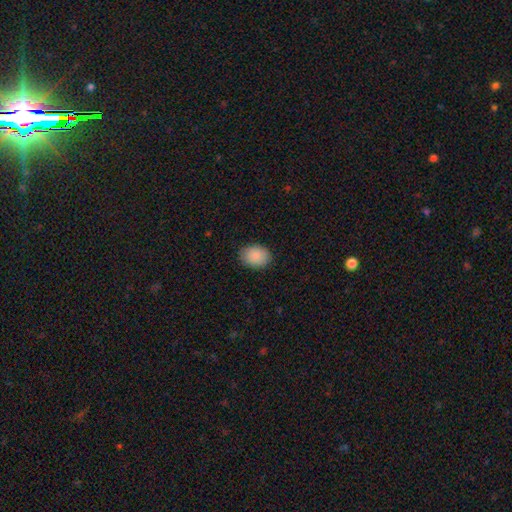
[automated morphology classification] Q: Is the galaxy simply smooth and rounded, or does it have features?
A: smooth — 88%.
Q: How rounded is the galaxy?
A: in between — 67%.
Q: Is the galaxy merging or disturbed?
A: none — 87%.